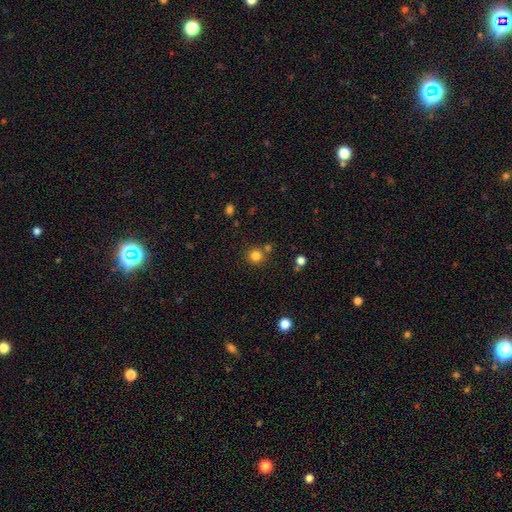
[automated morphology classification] smooth_or_featured: smooth (p=0.81) [alt: star or artifact p=0.14]
how_rounded: round (p=0.92) [alt: in between p=0.07]
merging: none (p=0.75) [alt: merger p=0.14]